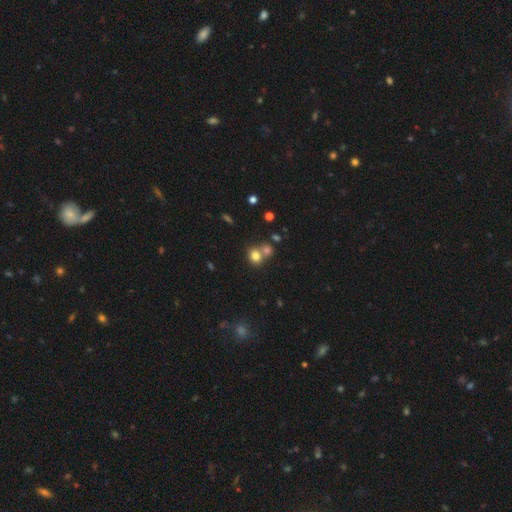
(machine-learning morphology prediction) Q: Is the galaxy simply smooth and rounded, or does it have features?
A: smooth — 78%.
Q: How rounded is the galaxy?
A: round — 76%.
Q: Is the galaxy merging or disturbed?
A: none — 48%.